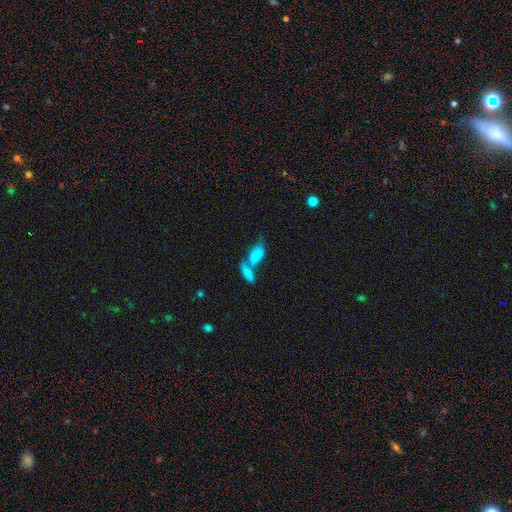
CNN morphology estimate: Smooth or featured?
  - smooth: 71% *
  - featured or disk: 19%
  - star or artifact: 9%
How rounded?
  - in between: 88% *
  - cigar-shaped: 8%
  - round: 5%
Merging?
  - merger: 61% *
  - none: 24%
  - minor disturbance: 9%
  - major disturbance: 6%